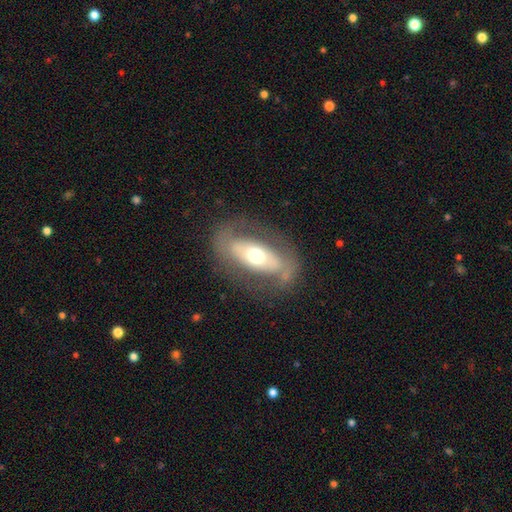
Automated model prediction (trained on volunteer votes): A featured or disk galaxy (58%).

Vote fractions:
- Smooth or featured? featured or disk: 58% / smooth: 36% / star or artifact: 7%
- Edge-on disk? no: 85% / yes: 15%
- Merging? none: 72% / minor disturbance: 15% / major disturbance: 11% / merger: 2%